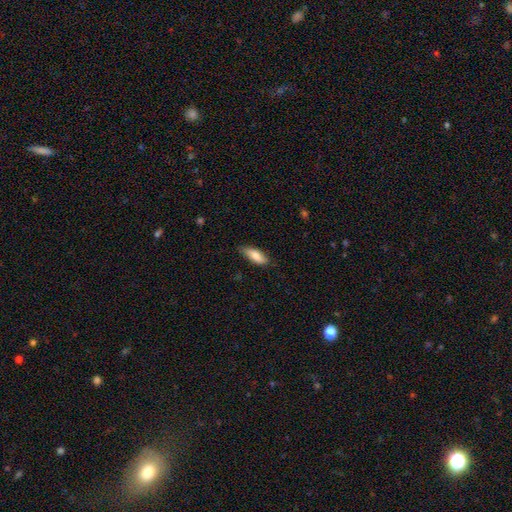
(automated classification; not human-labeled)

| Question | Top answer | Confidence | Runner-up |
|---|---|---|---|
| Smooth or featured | smooth | 81% | featured or disk (13%) |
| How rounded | in between | 69% | cigar-shaped (29%) |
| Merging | none | 77% | minor disturbance (19%) |